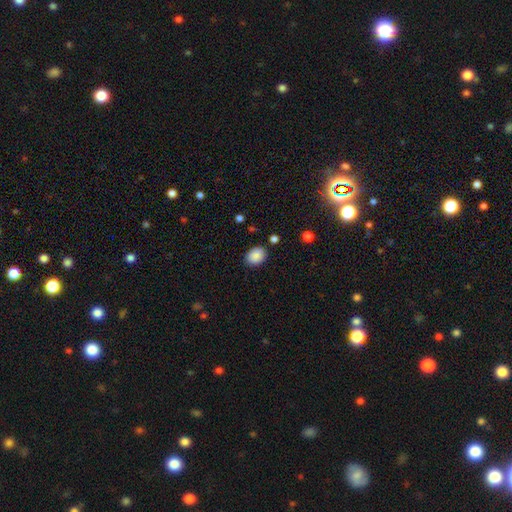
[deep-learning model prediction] smooth 89%, star or artifact 8%, featured or disk 3%. Down the decision tree: how rounded — in between (67%); merging — none (84%).